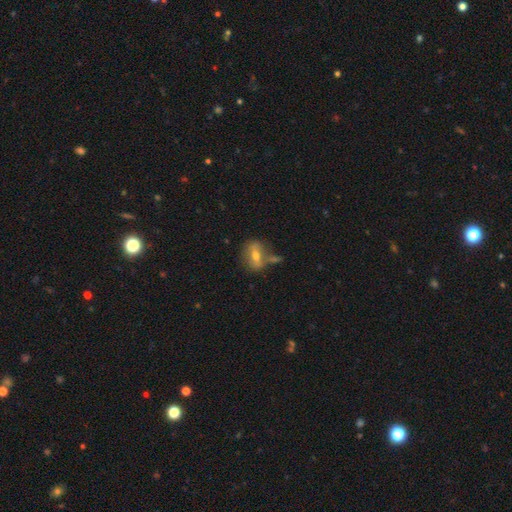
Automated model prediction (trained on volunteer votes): A smooth galaxy with no disk features (51%) that is in between round and cigar-shaped (68%).

Vote fractions:
- Smooth or featured? smooth: 51% / featured or disk: 39% / star or artifact: 9%
- How rounded? in between: 68% / round: 25% / cigar-shaped: 7%
- Merging? none: 54% / minor disturbance: 19% / merger: 18% / major disturbance: 9%